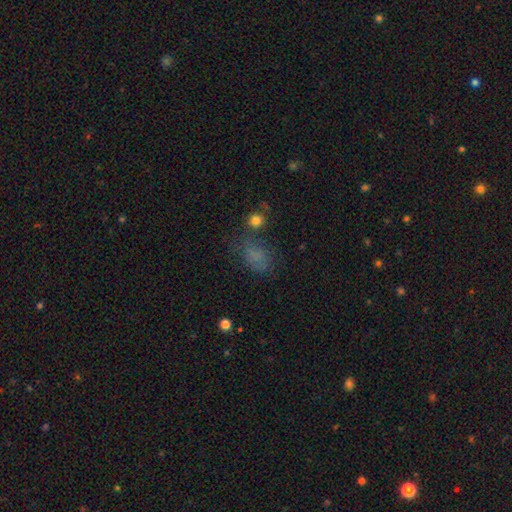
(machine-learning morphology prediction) smooth_or_featured: smooth (p=0.66) [alt: star or artifact p=0.22]
how_rounded: in between (p=0.73) [alt: round p=0.25]
merging: none (p=0.53) [alt: minor disturbance p=0.23]